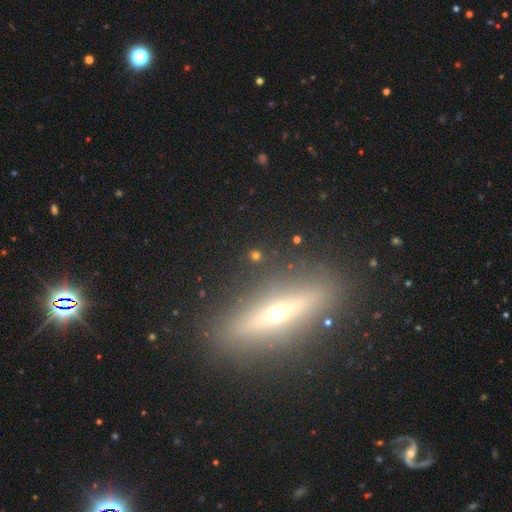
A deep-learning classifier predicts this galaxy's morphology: Q: Smooth or featured?
A: smooth (54%); runner-up: star or artifact (29%)
Q: How rounded?
A: round (67%); runner-up: in between (25%)
Q: Merging?
A: none (86%); runner-up: minor disturbance (7%)